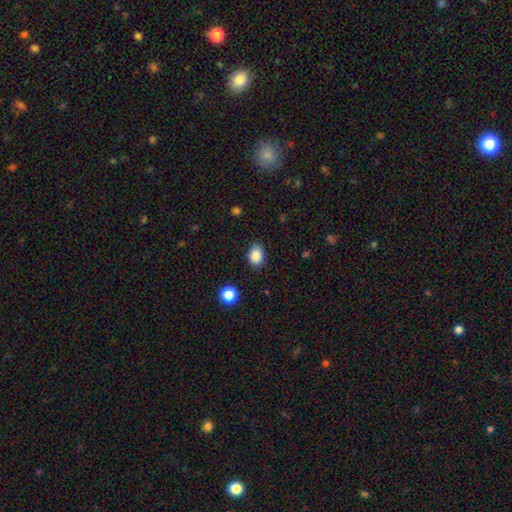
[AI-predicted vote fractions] Smooth or featured? Predicted: smooth (p=0.87). How rounded? Predicted: in between (p=0.77). Merging? Predicted: none (p=0.83).